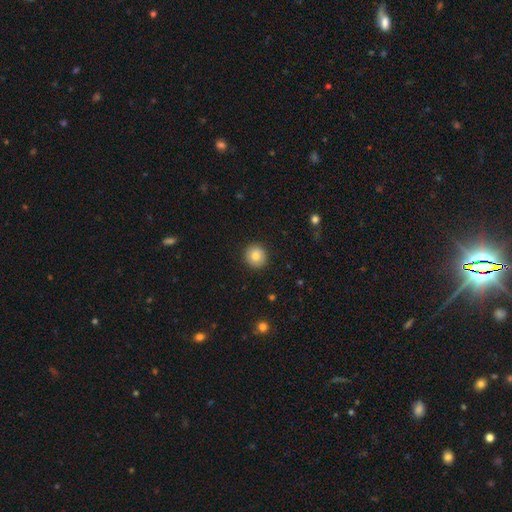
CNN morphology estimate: The model was most divided on "smooth or featured": smooth: 84%, star or artifact: 9%, featured or disk: 8%. More confident: how rounded — round (92%); merging — none (92%).